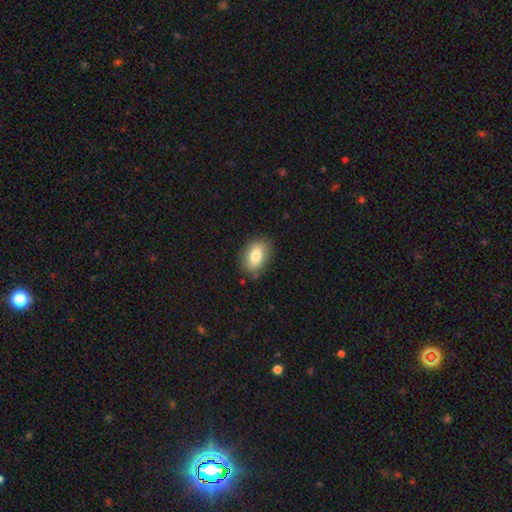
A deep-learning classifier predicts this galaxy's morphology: This is clearly a smooth galaxy (81%). How rounded: clearly in between (84%). Merging: clearly none (82%).